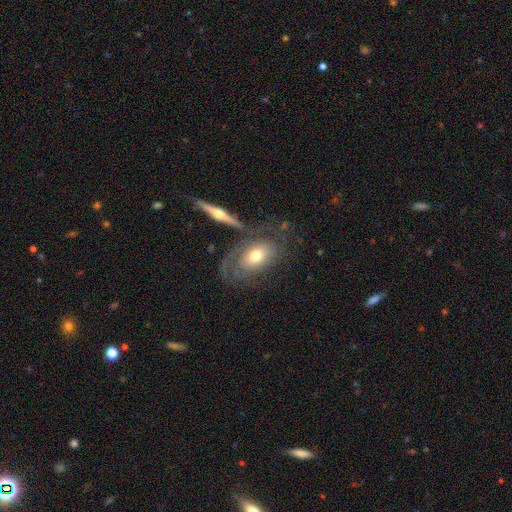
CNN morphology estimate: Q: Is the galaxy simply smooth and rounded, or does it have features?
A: featured or disk — 61%.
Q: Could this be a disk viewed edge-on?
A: no — 81%.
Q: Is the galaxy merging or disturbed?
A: none — 52%.